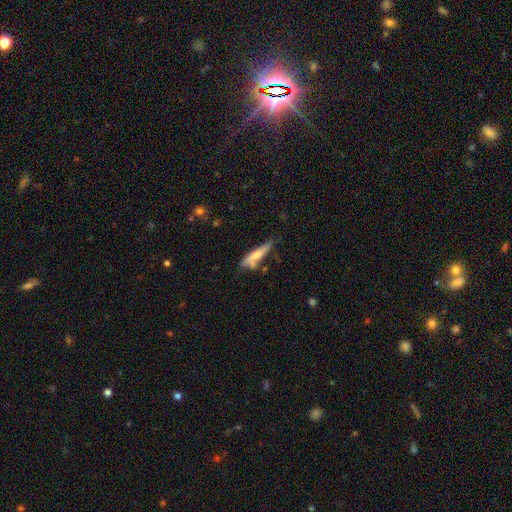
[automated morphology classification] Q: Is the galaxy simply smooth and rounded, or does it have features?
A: smooth — 62%.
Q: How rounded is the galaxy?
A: cigar-shaped — 78%.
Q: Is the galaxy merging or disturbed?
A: none — 54%.